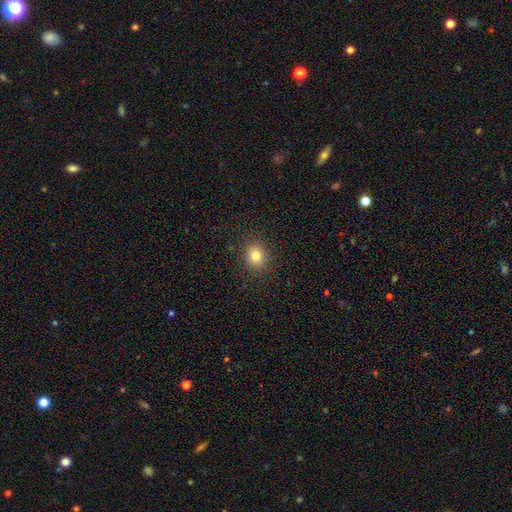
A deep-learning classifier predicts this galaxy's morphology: Smooth or featured: smooth — 80% (star or artifact — 13%)
How rounded: round — 79% (in between — 20%)
Merging: none — 90% (minor disturbance — 7%)